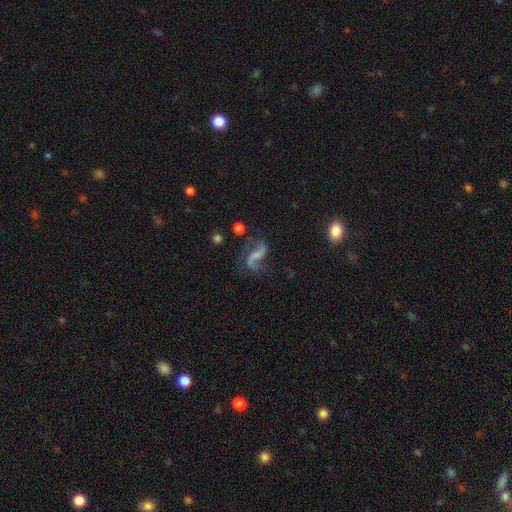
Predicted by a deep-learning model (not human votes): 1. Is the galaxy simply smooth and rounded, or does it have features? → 79% featured or disk, 12% smooth, 9% star or artifact.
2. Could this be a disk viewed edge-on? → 97% no, 3% yes.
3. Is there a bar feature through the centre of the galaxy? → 39% weak, 38% no, 23% strong.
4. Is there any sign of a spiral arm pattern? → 93% yes, 7% no.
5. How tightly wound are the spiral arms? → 78% loose, 18% medium, 4% tight.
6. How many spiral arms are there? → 88% 2, 6% 1, 2% can't tell, 1% 3, 1% 4, 1% more than 4.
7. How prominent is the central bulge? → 47% none, 35% small, 13% moderate, 3% large, 1% dominant.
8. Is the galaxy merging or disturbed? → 59% none, 18% minor disturbance, 18% major disturbance, 5% merger.